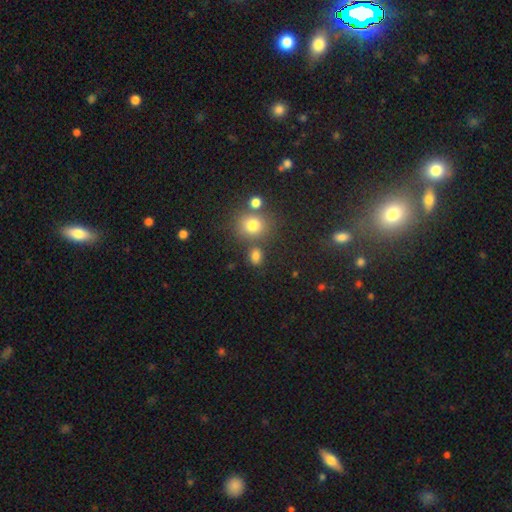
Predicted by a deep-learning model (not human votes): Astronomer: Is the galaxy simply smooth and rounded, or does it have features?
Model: smooth — 77%.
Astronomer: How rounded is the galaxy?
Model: round — 50% (runner-up: in between, 49%).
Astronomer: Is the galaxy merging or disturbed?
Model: none — 70%.